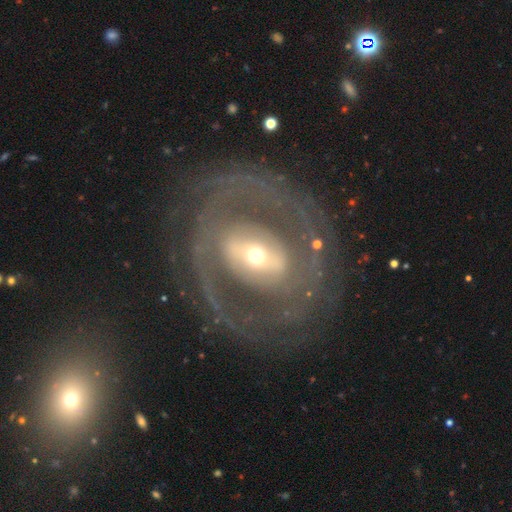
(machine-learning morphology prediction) Q: Smooth or featured?
A: featured or disk (84%); runner-up: smooth (10%)
Q: Edge-on disk?
A: no (96%); runner-up: yes (4%)
Q: Bar?
A: strong (36%); tied with: weak (36%)
Q: Spiral arms?
A: yes (80%); runner-up: no (20%)
Q: Spiral winding?
A: tight (49%); runner-up: medium (36%)
Q: Spiral arm count?
A: 2 (56%); runner-up: can't tell (22%)
Q: Bulge size?
A: moderate (47%); runner-up: small (44%)
Q: Merging?
A: none (72%); runner-up: major disturbance (14%)